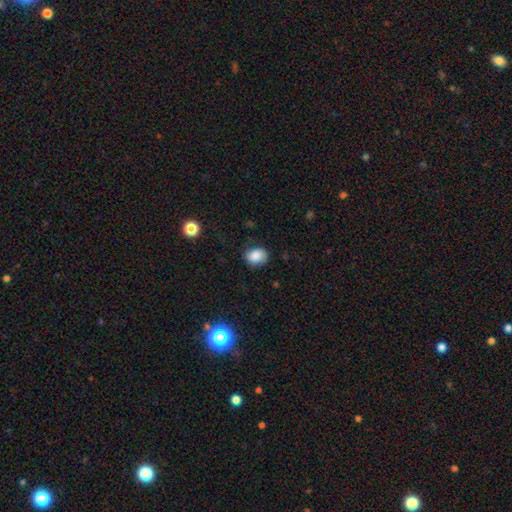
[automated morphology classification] The model was most divided on "how rounded": round: 50%, in between: 49%, cigar-shaped: 1%. More confident: smooth or featured — smooth (83%); merging — none (78%).